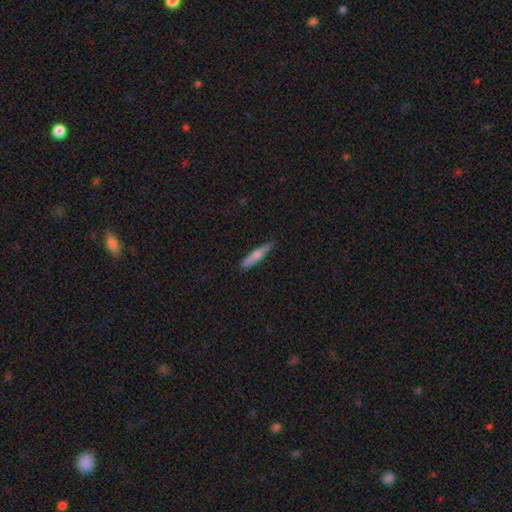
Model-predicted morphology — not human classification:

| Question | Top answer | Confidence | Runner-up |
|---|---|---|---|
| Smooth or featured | smooth | 73% | featured or disk (21%) |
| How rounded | cigar-shaped | 90% | in between (9%) |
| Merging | none | 77% | minor disturbance (19%) |